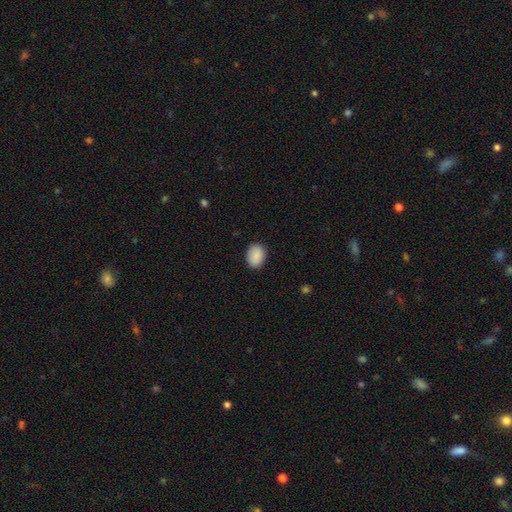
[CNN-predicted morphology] Smooth or featured? smooth (90%)
How rounded? in between (69%)
Merging? none (87%)